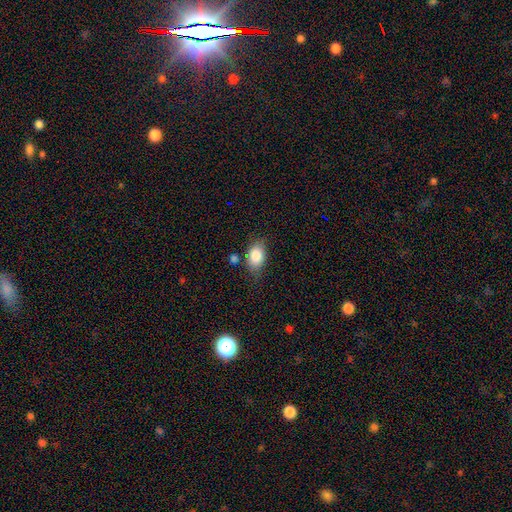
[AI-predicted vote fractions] The model was most divided on "merging": none: 64%, minor disturbance: 23%, merger: 7%, major disturbance: 6%. More confident: smooth or featured — smooth (84%); how rounded — in between (83%).